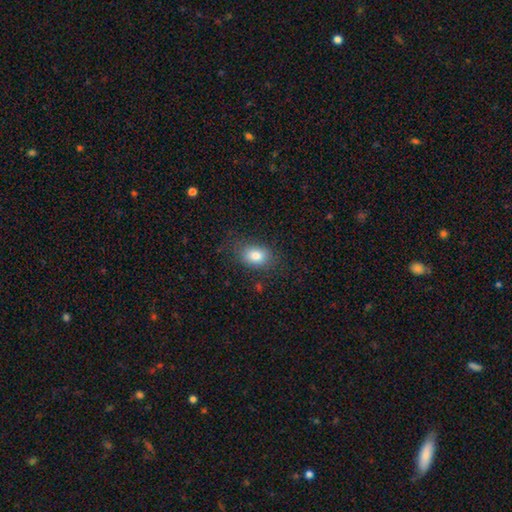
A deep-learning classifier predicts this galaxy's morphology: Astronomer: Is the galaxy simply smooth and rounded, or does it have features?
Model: smooth — 82%.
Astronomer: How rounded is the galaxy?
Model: in between — 73%.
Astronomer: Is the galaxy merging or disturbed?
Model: none — 79%.